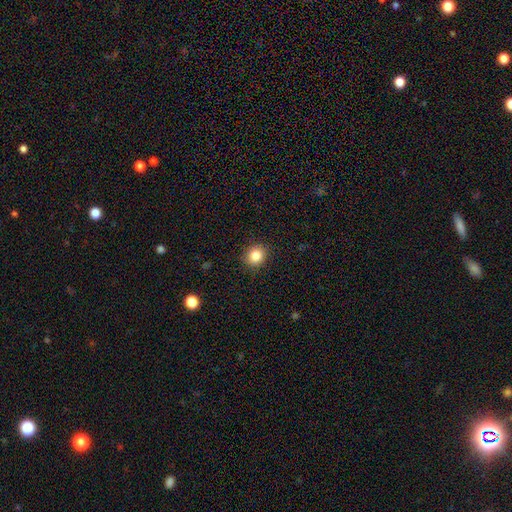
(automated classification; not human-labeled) The model was most divided on "how rounded": round: 80%, in between: 19%, cigar-shaped: 1%. More confident: merging — none (90%); smooth or featured — smooth (84%).